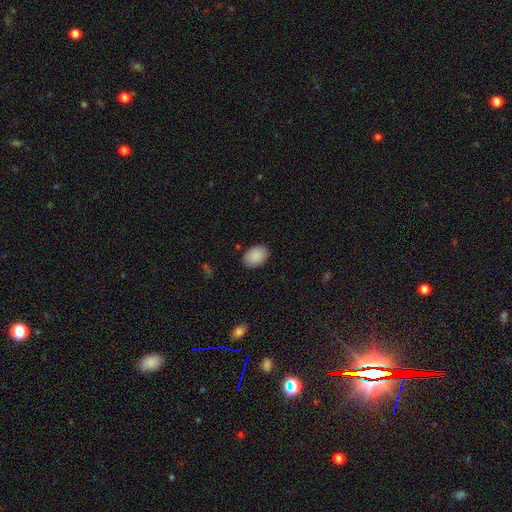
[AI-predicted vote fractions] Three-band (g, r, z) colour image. It shows a smooth galaxy with no disk features (90%) that is in between round and cigar-shaped (83%). Merging: none (87%).